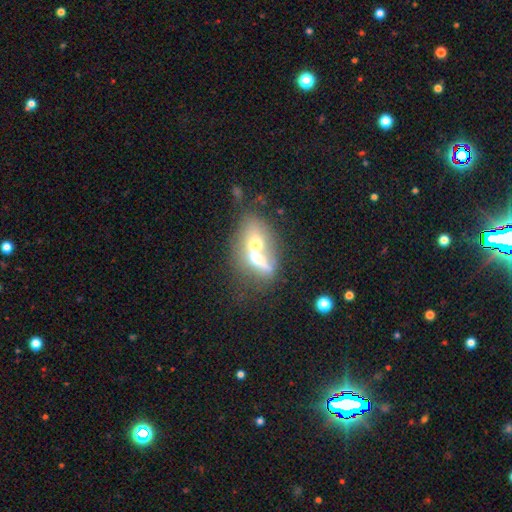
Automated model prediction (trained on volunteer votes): The model was most divided on "smooth or featured": smooth: 49%, featured or disk: 41%, star or artifact: 10%. More confident: merging — merger (67%).